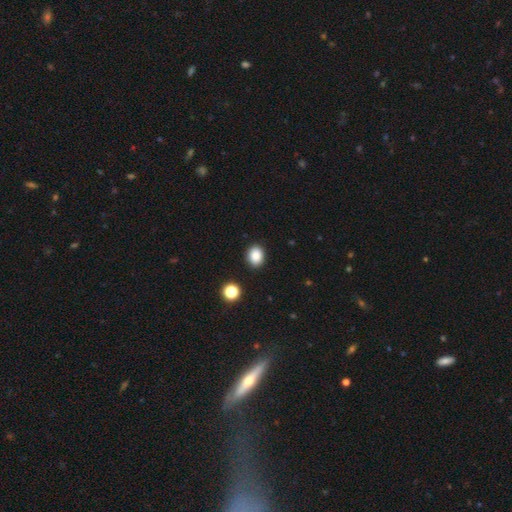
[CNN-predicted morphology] Smooth or featured? smooth (87%)
How rounded? in between (50%)
Merging? none (89%)